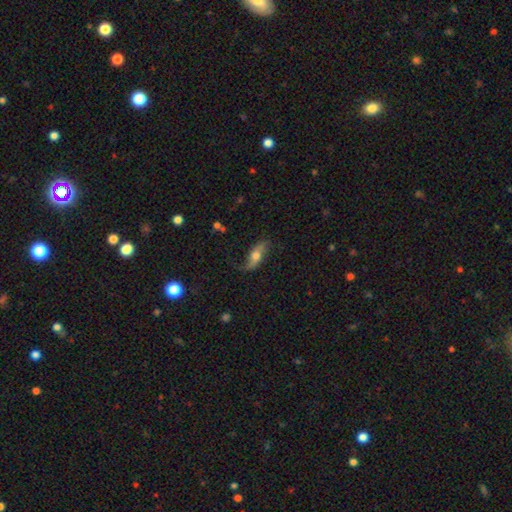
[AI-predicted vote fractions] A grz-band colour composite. It shows a featured or disk galaxy (57%). Merging: none (69%).